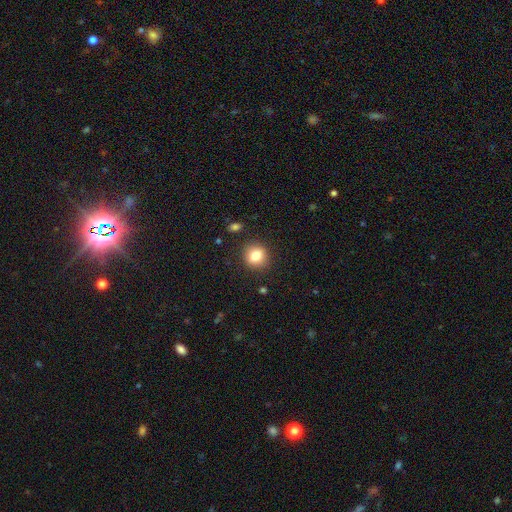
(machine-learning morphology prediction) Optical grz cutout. It shows a smooth galaxy with no disk features (80%) that is round (76%). Merging: none (88%).